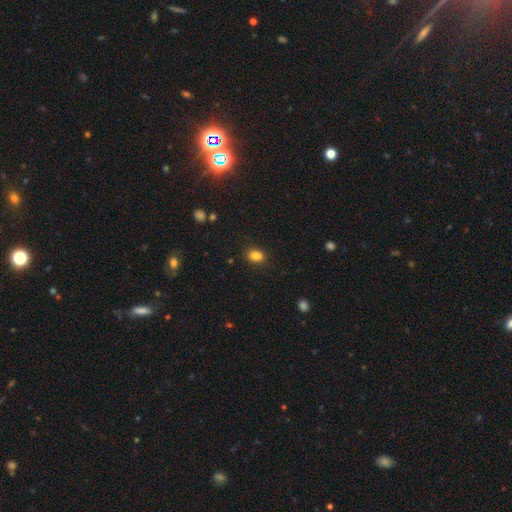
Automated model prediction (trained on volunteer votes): Morphology: type=smooth (84%); roundness=in between (74%); merging=none (79%).